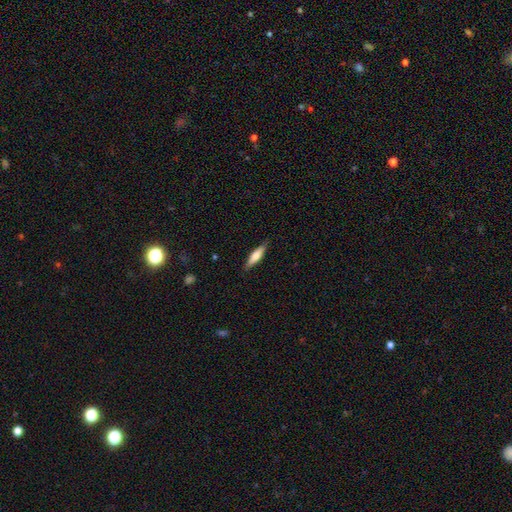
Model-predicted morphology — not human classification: A smooth galaxy with no disk features (58%) that is cigar-shaped (71%).

Vote fractions:
- Smooth or featured? smooth: 58% / featured or disk: 37% / star or artifact: 6%
- How rounded? cigar-shaped: 71% / in between: 27% / round: 2%
- Merging? none: 87% / minor disturbance: 10% / major disturbance: 2% / merger: 1%